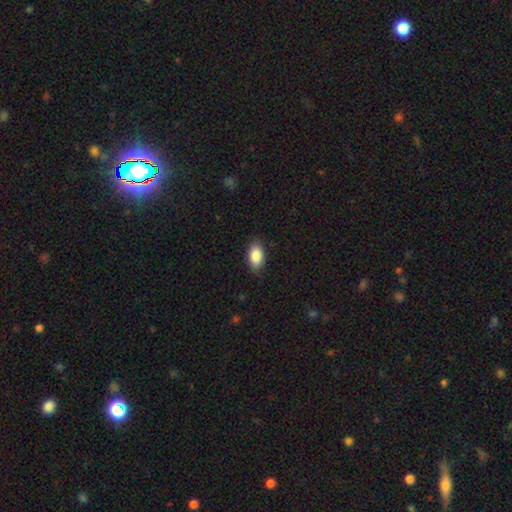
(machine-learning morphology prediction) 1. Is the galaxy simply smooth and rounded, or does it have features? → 88% smooth, 7% star or artifact, 6% featured or disk.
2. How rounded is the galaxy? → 93% in between, 4% round, 3% cigar-shaped.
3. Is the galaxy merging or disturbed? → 86% none, 10% minor disturbance, 2% major disturbance, 1% merger.